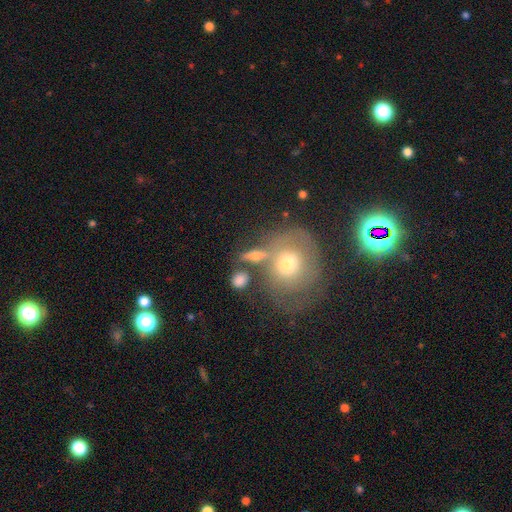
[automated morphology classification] Smooth or featured? Predicted: smooth (p=0.55). How rounded? Predicted: in between (p=0.44). Merging? Predicted: none (p=0.55).